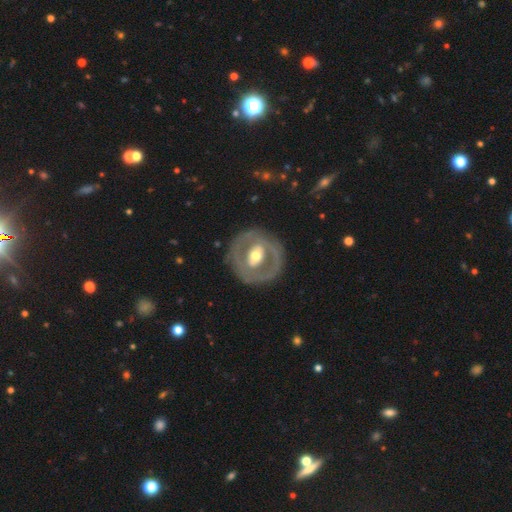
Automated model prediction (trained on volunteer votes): The model was most divided on "bar": no: 43%, weak: 31%, strong: 26%. More confident: edge-on disk — no (95%); merging — none (78%); spiral arms — no (75%); bulge size — moderate (69%); smooth or featured — featured or disk (67%).